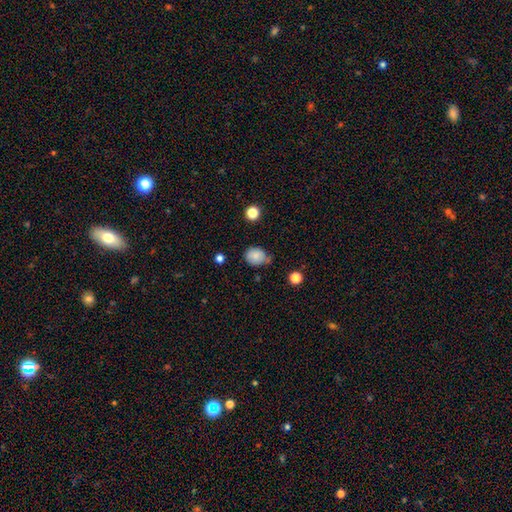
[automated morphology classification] This is clearly a smooth galaxy (82%). How rounded: possibly round (57%). Merging: possibly none (55%).